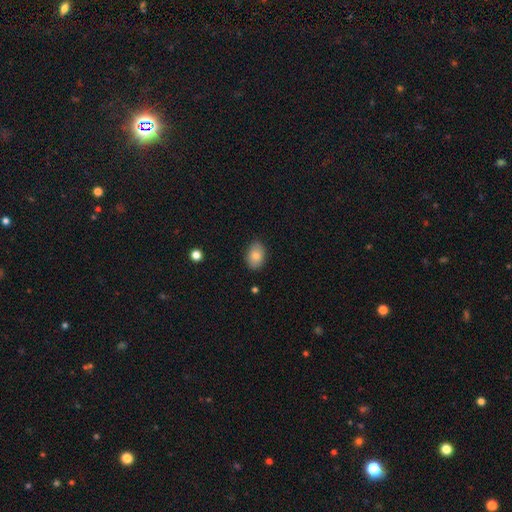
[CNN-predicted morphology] type=smooth (82%); roundness=in between (82%); merging=none (85%).